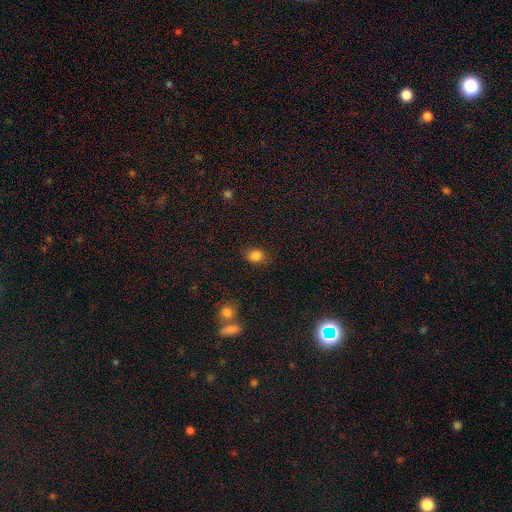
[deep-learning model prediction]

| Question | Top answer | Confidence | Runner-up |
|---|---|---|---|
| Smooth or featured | smooth | 85% | star or artifact (11%) |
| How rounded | in between | 50% | round (49%) |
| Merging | none | 80% | minor disturbance (14%) |